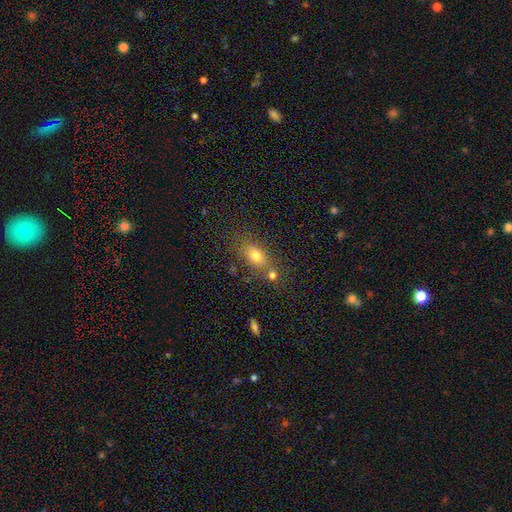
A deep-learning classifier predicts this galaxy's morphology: Smooth or featured? Predicted: smooth (p=0.71). How rounded? Predicted: in between (p=0.70). Merging? Predicted: none (p=0.56).